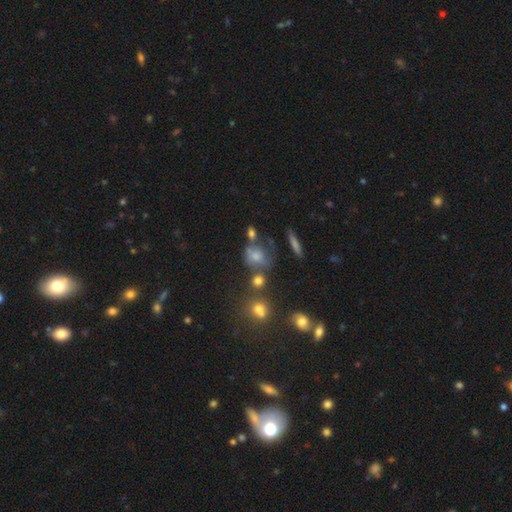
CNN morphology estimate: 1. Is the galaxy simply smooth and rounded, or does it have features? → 58% smooth, 26% featured or disk, 16% star or artifact.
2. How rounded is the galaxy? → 64% round, 34% in between, 3% cigar-shaped.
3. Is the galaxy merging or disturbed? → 40% none, 23% merger, 21% minor disturbance, 17% major disturbance.